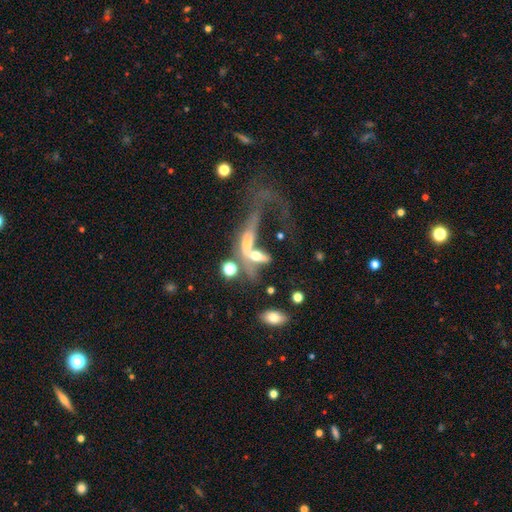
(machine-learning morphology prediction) A featured or disk galaxy (48%).

Vote fractions:
- Smooth or featured? featured or disk: 48% / smooth: 38% / star or artifact: 14%
- Merging? merger: 65% / major disturbance: 18% / none: 11% / minor disturbance: 6%